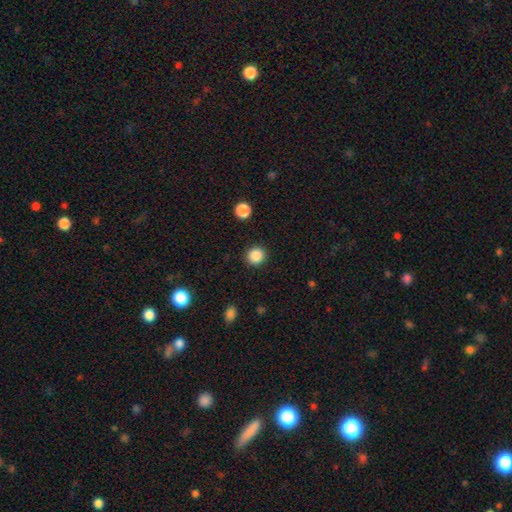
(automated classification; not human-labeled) Morphology: type=smooth (86%); roundness=round (94%); merging=none (92%).